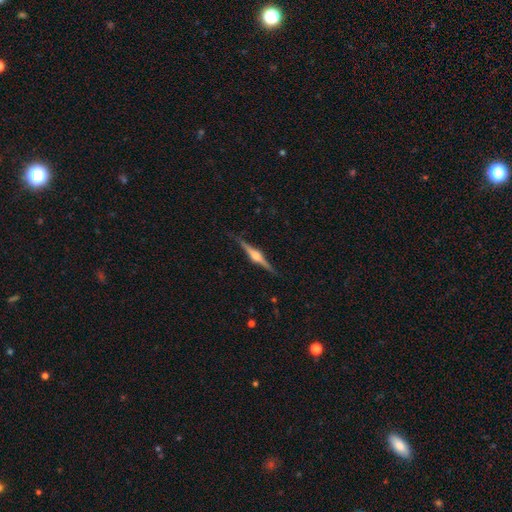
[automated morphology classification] A featured or disk galaxy (84%) viewed edge-on (98%) with a rounded central bulge (92%). Merging: none (88%).